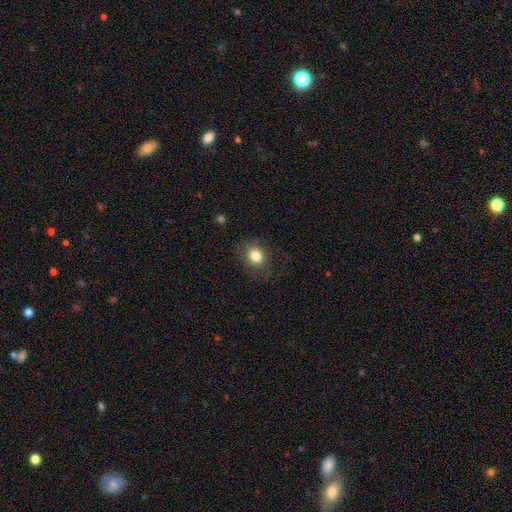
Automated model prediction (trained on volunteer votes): This appears to be a smooth galaxy with no disk features (81%) that is round (57%). Merging: none (74%).